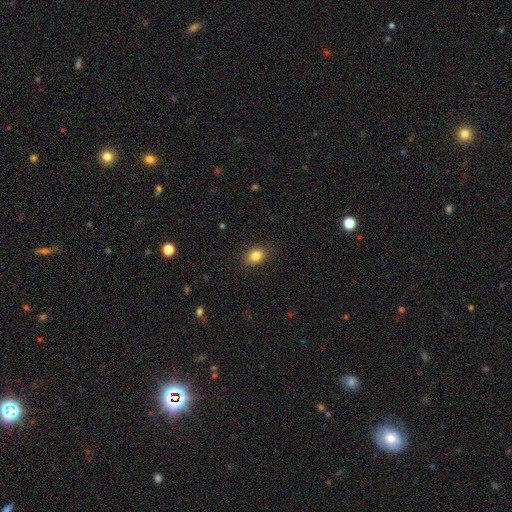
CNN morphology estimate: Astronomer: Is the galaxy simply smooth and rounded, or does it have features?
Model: smooth — 83%.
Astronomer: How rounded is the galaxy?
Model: in between — 65%.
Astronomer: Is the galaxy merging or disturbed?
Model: none — 85%.